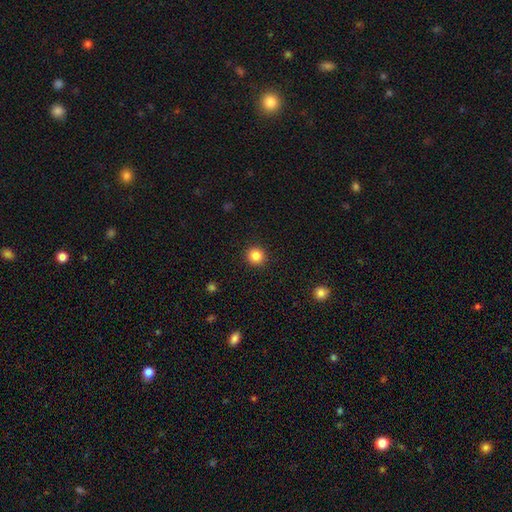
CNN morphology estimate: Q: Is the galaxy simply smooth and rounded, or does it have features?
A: smooth — 86%.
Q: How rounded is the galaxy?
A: round — 94%.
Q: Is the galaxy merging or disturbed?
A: none — 93%.